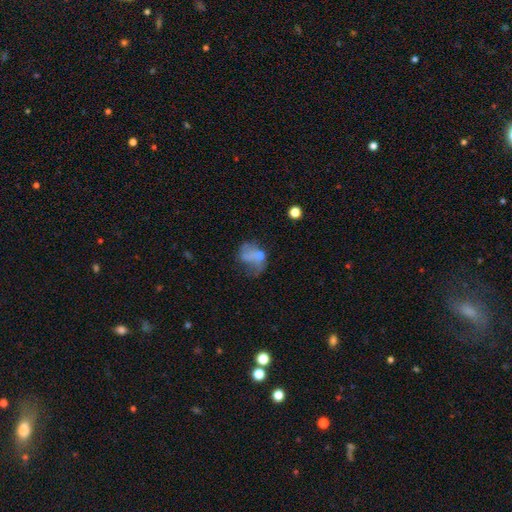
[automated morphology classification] Smooth or featured?
  - smooth: 51% *
  - featured or disk: 35%
  - star or artifact: 15%
How rounded?
  - in between: 59% *
  - round: 40%
  - cigar-shaped: 1%
Merging?
  - major disturbance: 41% *
  - none: 26%
  - minor disturbance: 21%
  - merger: 12%